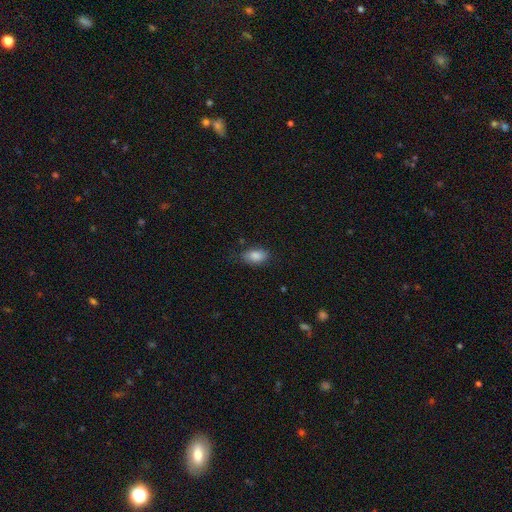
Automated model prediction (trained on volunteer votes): Smooth or featured: smooth — 85% (star or artifact — 8%)
How rounded: in between — 90% (round — 8%)
Merging: none — 71% (minor disturbance — 22%)